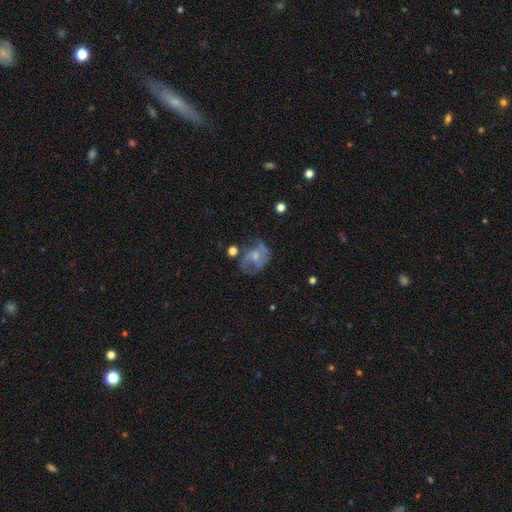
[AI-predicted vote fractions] featured or disk 66%, smooth 25%, star or artifact 9%. Down the decision tree: edge-on disk — no (97%); bar — no (54%); spiral arms — yes (72%); bulge size — small (45%); merging — none (42%).